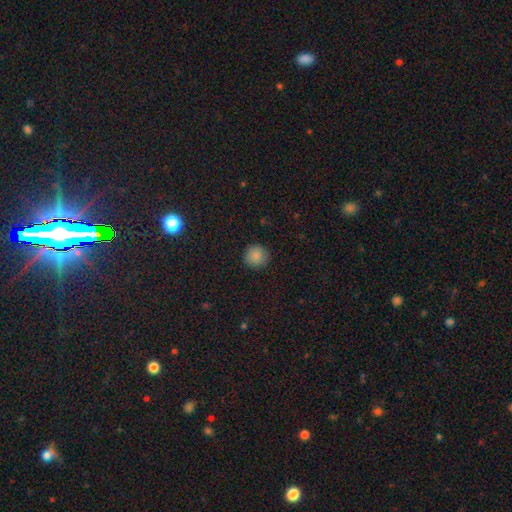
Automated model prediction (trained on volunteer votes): A smooth galaxy with no disk features (86%) that is round (93%).

Vote fractions:
- Smooth or featured? smooth: 86% / star or artifact: 10% / featured or disk: 4%
- How rounded? round: 93% / in between: 6% / cigar-shaped: 1%
- Merging? none: 90% / minor disturbance: 7% / major disturbance: 2% / merger: 1%